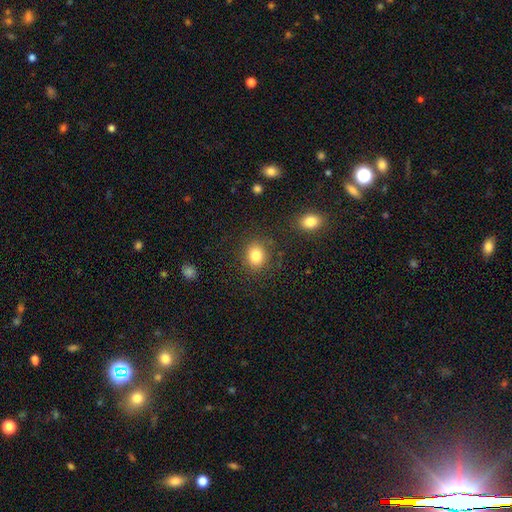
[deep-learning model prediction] Morphology: type=smooth (82%); roundness=round (65%); merging=none (83%).